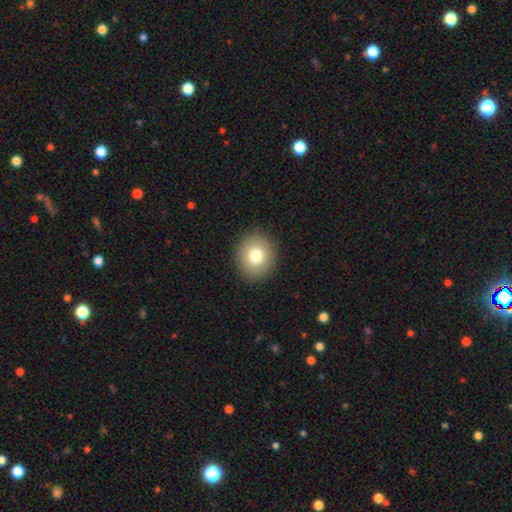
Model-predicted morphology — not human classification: Q: Smooth or featured?
A: smooth (78%); runner-up: featured or disk (12%)
Q: How rounded?
A: round (69%); runner-up: in between (30%)
Q: Merging?
A: none (90%); runner-up: minor disturbance (7%)